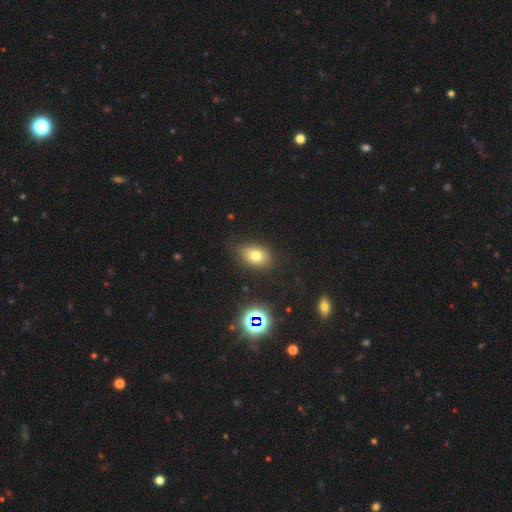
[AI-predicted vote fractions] A smooth galaxy with no disk features (74%) that is in between round and cigar-shaped (77%). Merging: none (78%).